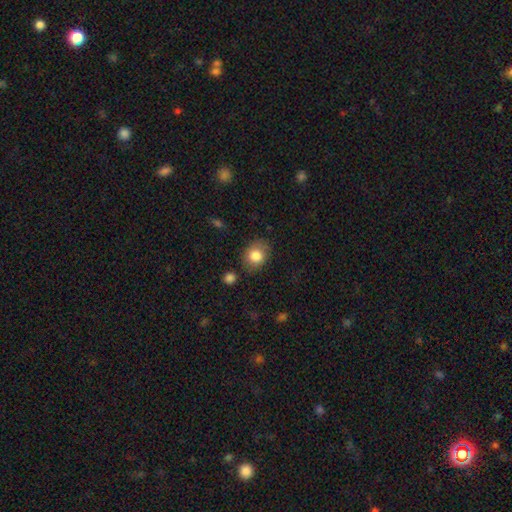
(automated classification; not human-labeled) A smooth galaxy with no disk features (83%) that is round (54%).

Vote fractions:
- Smooth or featured? smooth: 83% / featured or disk: 9% / star or artifact: 9%
- How rounded? round: 54% / in between: 45% / cigar-shaped: 1%
- Merging? none: 79% / minor disturbance: 15% / major disturbance: 4% / merger: 3%